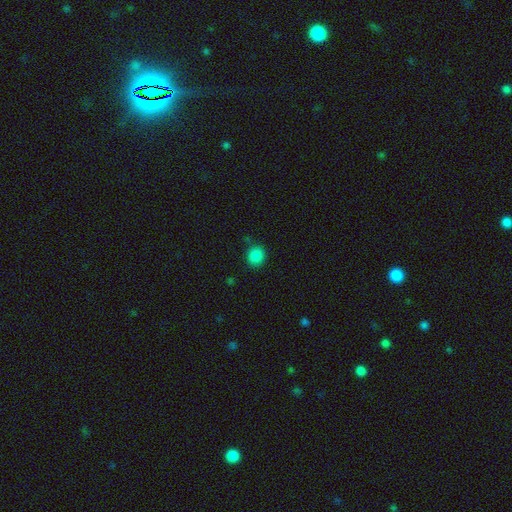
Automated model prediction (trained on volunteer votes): Morphology: type=smooth (86%); roundness=round (81%); merging=none (83%).